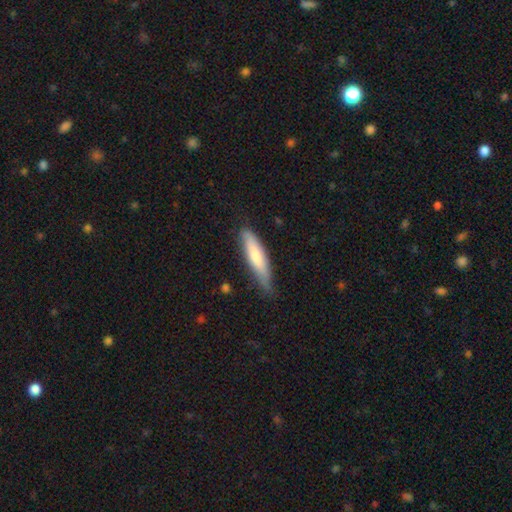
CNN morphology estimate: smooth 70%, featured or disk 25%, star or artifact 5%. Down the decision tree: how rounded — cigar-shaped (74%); merging — none (66%).